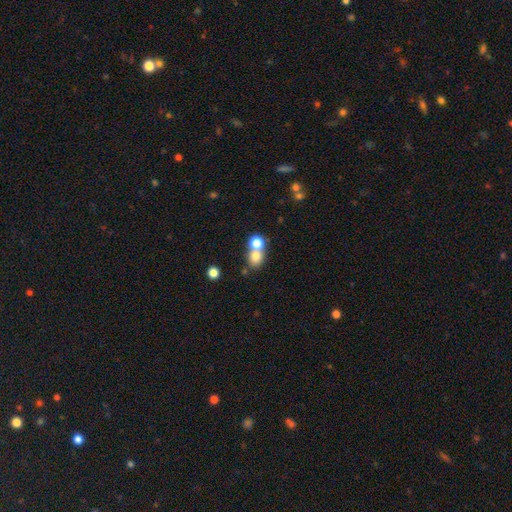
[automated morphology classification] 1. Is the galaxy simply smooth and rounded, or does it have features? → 76% smooth, 12% featured or disk, 12% star or artifact.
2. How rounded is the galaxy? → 71% round, 28% in between, 1% cigar-shaped.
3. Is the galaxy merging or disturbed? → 55% merger, 36% none, 6% minor disturbance, 3% major disturbance.